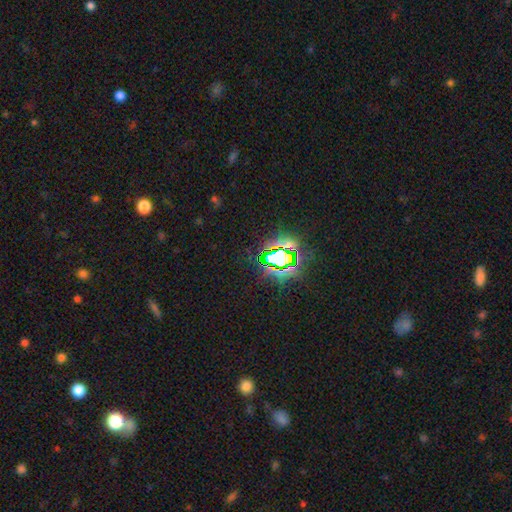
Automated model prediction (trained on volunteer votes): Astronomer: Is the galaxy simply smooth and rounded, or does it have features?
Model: star or artifact — 81%.